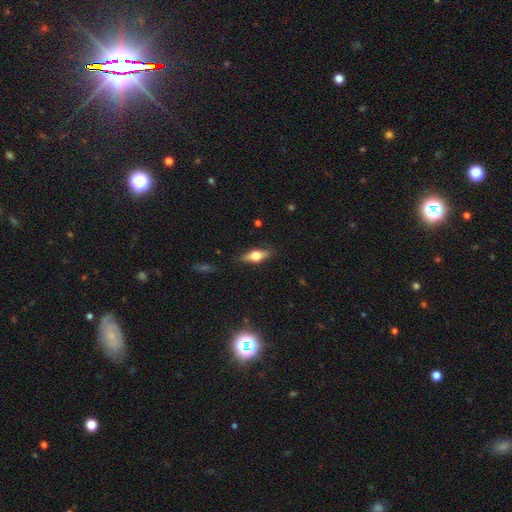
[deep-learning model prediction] Smooth or featured? smooth (50%)
Merging? none (84%)